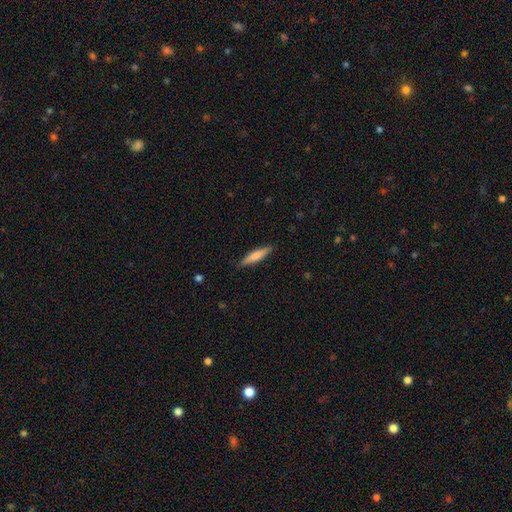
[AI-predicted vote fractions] Overall: smooth (69%). How rounded: cigar-shaped (83%). Merging: none (88%).